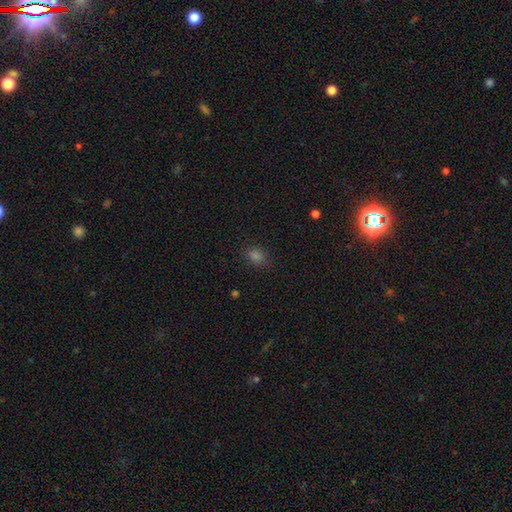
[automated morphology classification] Overall: smooth (75%). How rounded: in between (54%; round 44%). Merging: none (84%).